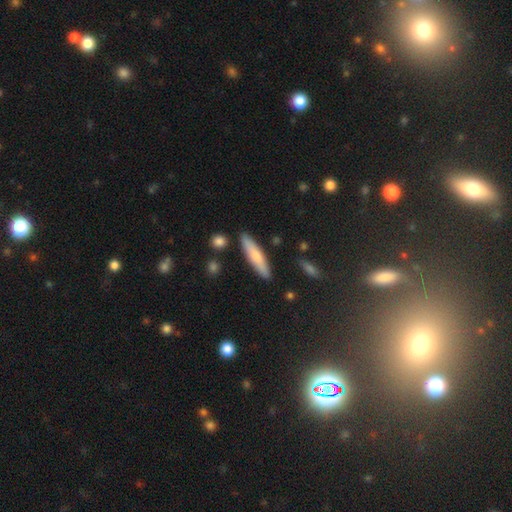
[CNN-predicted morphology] This appears to be a smooth galaxy with no disk features (67%) that is cigar-shaped (79%). Merging: none (87%).